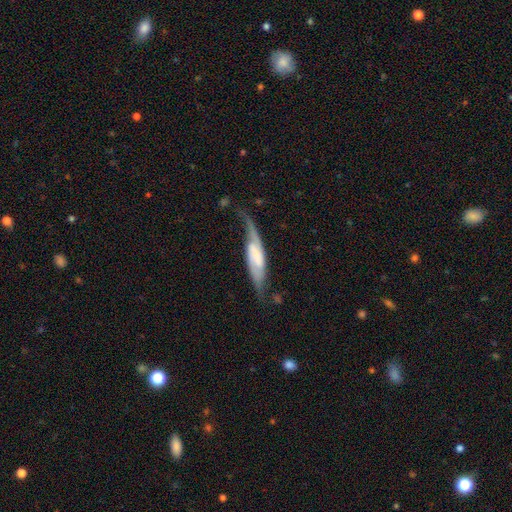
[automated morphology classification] Smooth or featured? featured or disk (67%)
Edge-on disk? no (65%)
Merging? none (49%)